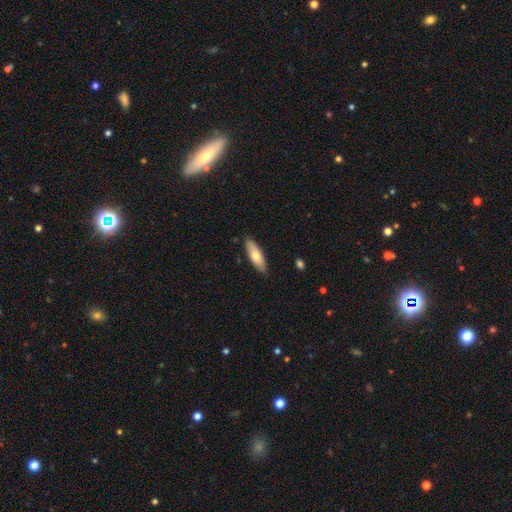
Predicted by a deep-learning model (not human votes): Smooth or featured: smooth — 72% (featured or disk — 22%)
How rounded: in between — 54% (cigar-shaped — 44%)
Merging: none — 86% (minor disturbance — 11%)